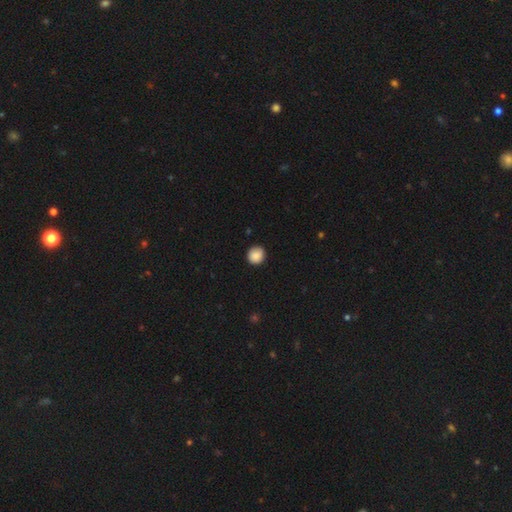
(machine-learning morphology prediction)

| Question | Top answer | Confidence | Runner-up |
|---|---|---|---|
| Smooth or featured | smooth | 88% | star or artifact (8%) |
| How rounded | round | 90% | in between (9%) |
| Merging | none | 89% | minor disturbance (8%) |